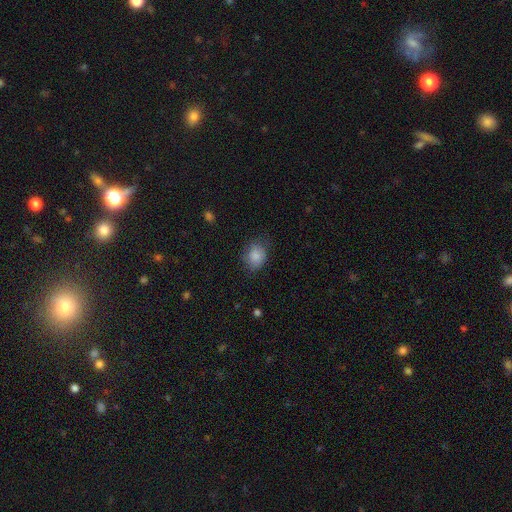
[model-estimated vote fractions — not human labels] A smooth galaxy with no disk features (85%) that is round (50%).

Vote fractions:
- Smooth or featured? smooth: 85% / star or artifact: 8% / featured or disk: 6%
- How rounded? round: 50% / in between: 49% / cigar-shaped: 1%
- Merging? none: 70% / minor disturbance: 23% / major disturbance: 6% / merger: 1%